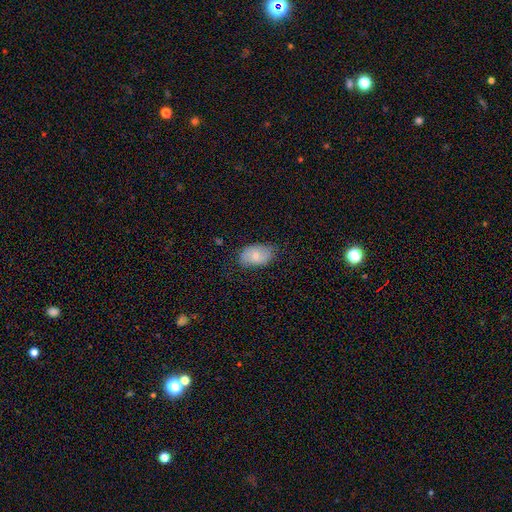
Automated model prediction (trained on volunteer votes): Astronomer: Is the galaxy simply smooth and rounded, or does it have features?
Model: smooth — 71%.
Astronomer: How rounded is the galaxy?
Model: in between — 91%.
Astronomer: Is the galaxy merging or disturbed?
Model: none — 71%.